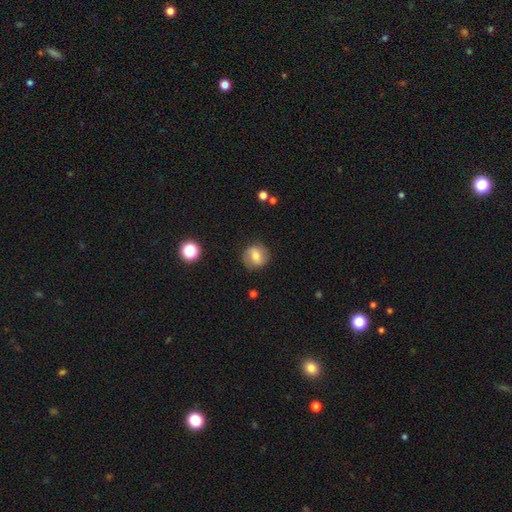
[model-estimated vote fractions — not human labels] Q: Smooth or featured?
A: smooth (64%); runner-up: featured or disk (26%)
Q: How rounded?
A: round (85%); runner-up: in between (14%)
Q: Merging?
A: none (84%); runner-up: minor disturbance (11%)